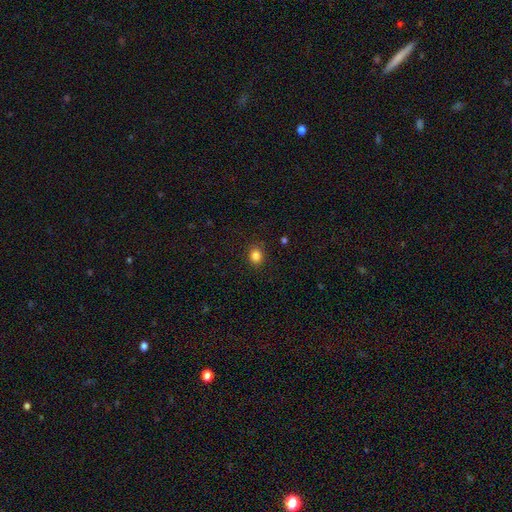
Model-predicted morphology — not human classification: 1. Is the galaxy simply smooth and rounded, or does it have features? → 85% smooth, 11% star or artifact, 4% featured or disk.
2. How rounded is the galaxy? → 63% round, 36% in between, 1% cigar-shaped.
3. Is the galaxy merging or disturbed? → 87% none, 9% minor disturbance, 3% major disturbance, 1% merger.